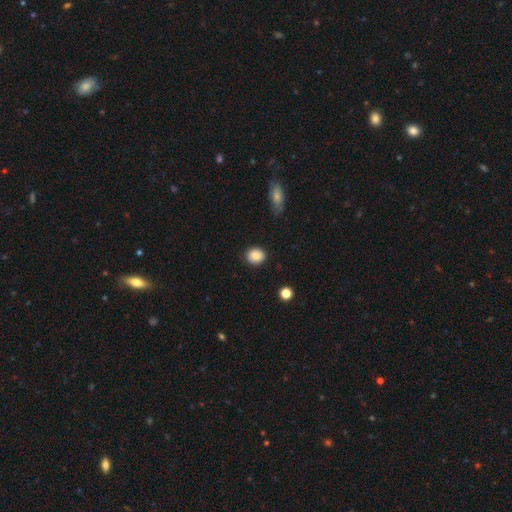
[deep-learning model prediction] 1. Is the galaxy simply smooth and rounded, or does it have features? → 84% smooth, 8% star or artifact, 7% featured or disk.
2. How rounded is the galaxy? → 70% round, 29% in between, 1% cigar-shaped.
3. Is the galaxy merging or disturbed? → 88% none, 9% minor disturbance, 2% major disturbance, 1% merger.